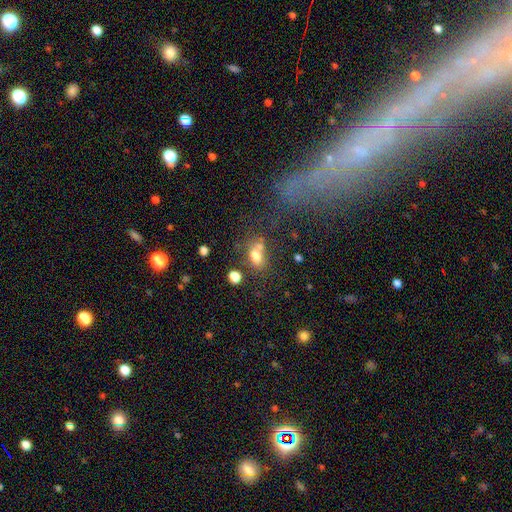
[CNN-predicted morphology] smooth 74%, featured or disk 13%, star or artifact 13%. Down the decision tree: how rounded — in between (67%); merging — none (46%).